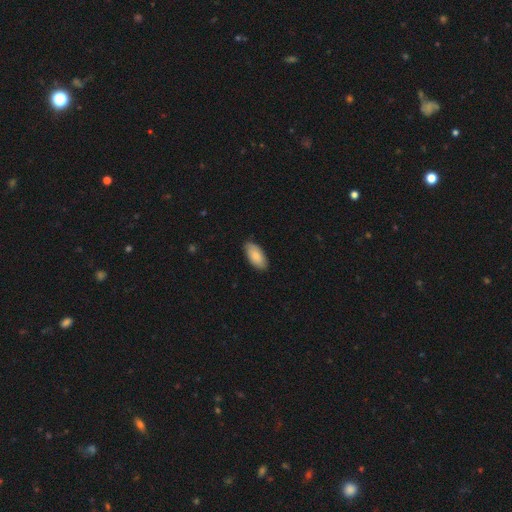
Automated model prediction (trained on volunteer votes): A smooth galaxy with no disk features (86%) that is in between round and cigar-shaped (92%). Merging: none (87%).